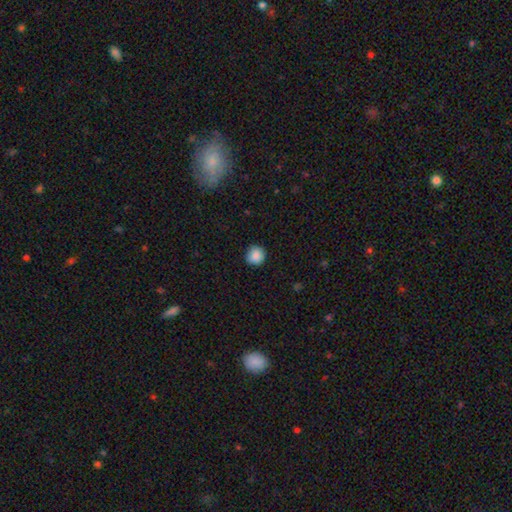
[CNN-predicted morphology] smooth 88%, star or artifact 9%, featured or disk 3%. Down the decision tree: how rounded — round (91%); merging — none (88%).